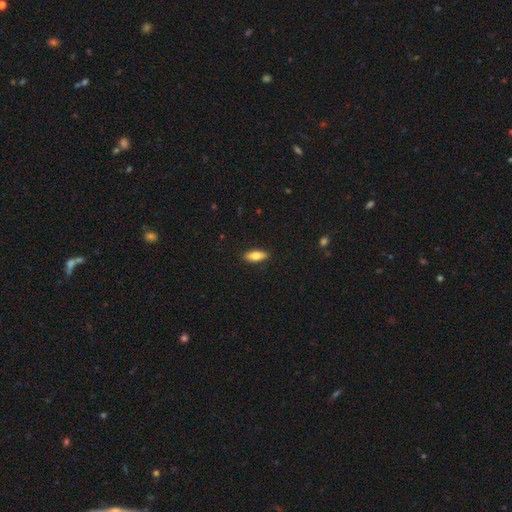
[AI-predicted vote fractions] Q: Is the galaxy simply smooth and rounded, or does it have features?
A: smooth — 75%.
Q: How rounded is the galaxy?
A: in between — 72%.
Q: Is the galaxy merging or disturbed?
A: none — 89%.